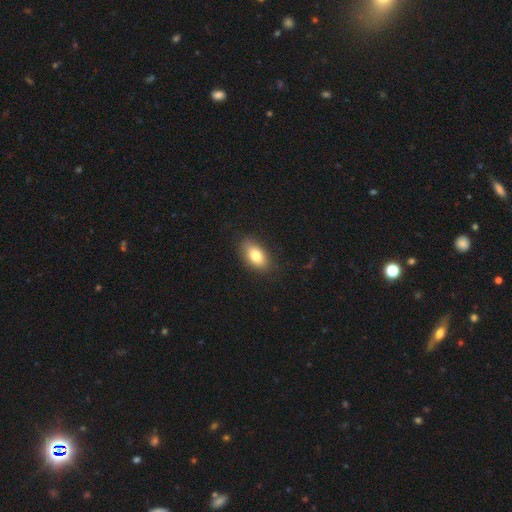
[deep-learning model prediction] smooth_or_featured: smooth (p=0.80) [alt: featured or disk p=0.12]
how_rounded: in between (p=0.89) [alt: round p=0.07]
merging: none (p=0.84) [alt: minor disturbance p=0.12]